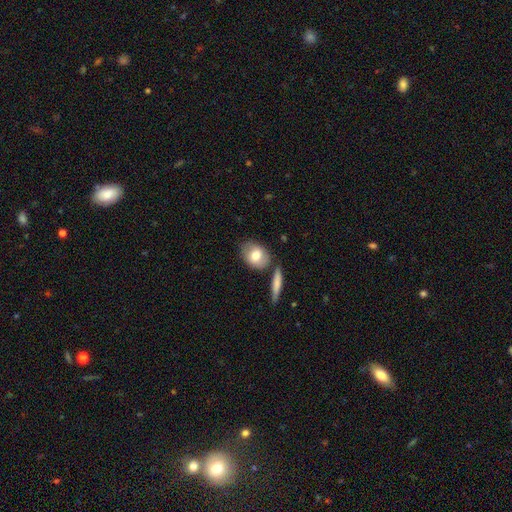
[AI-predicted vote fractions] Morphology: type=smooth (73%); roundness=in between (64%); merging=none (68%).